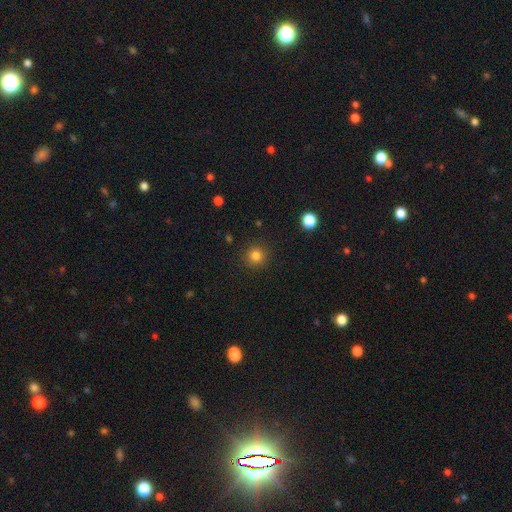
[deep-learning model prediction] smooth 81%, star or artifact 13%, featured or disk 5%. Down the decision tree: how rounded — round (93%); merging — none (91%).